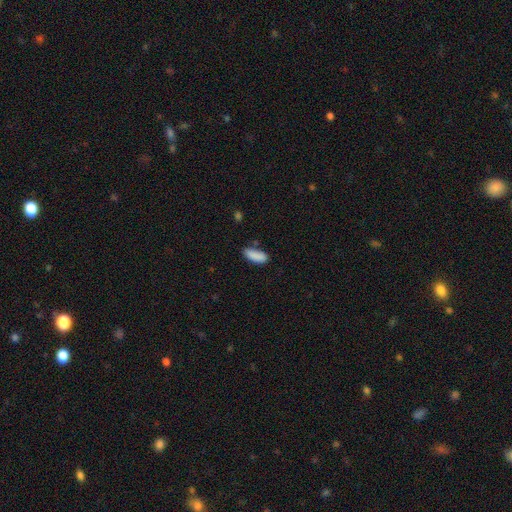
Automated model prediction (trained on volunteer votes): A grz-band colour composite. It shows a smooth galaxy with no disk features (88%) that is in between round and cigar-shaped (71%). Merging: none (70%).